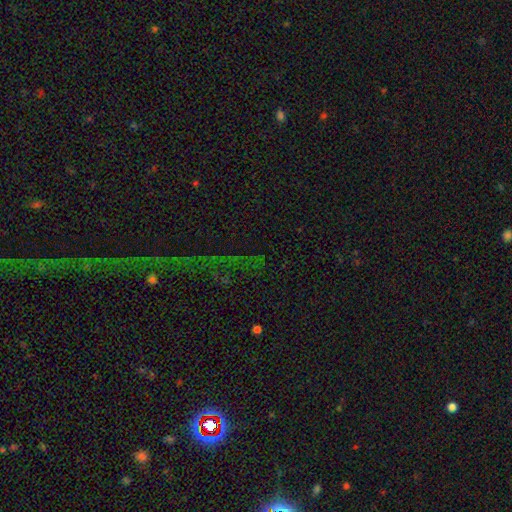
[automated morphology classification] Smooth or featured? star or artifact (78%)